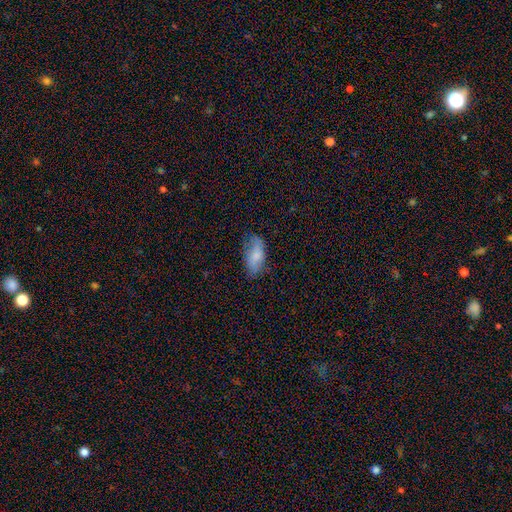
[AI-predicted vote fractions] A smooth galaxy with no disk features (74%) that is in between round and cigar-shaped (91%). Merging: none (64%).